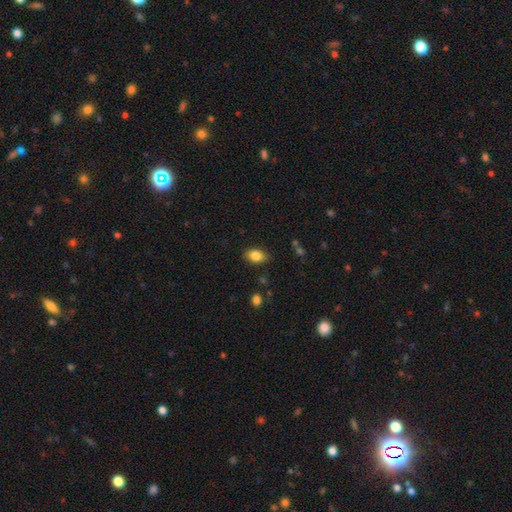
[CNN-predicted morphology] type=smooth (84%); roundness=in between (84%); merging=none (83%).